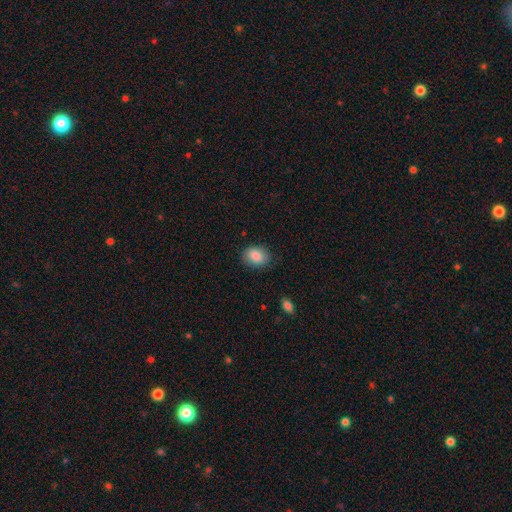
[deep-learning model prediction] Morphology: type=smooth (86%); roundness=in between (68%); merging=none (82%).